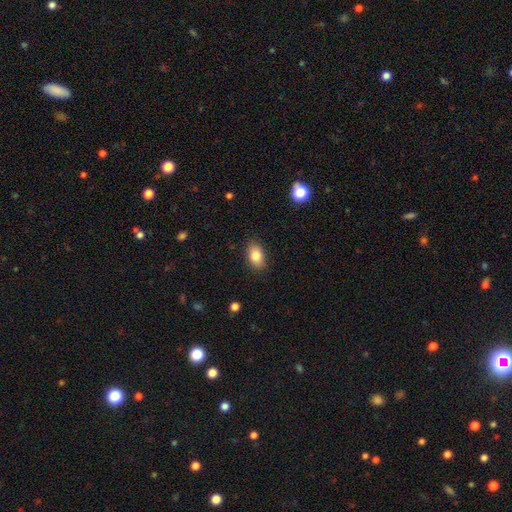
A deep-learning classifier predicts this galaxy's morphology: This appears to be a smooth galaxy with no disk features (84%) that is in between round and cigar-shaped (88%). Merging: none (87%).